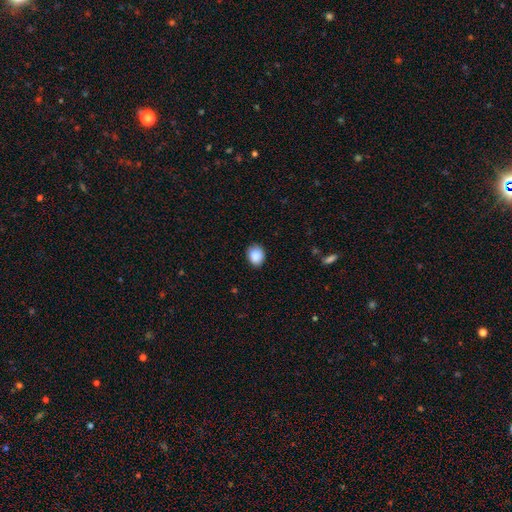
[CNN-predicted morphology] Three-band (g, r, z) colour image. It shows a smooth galaxy with no disk features (89%) that is round (56%). Merging: none (84%).